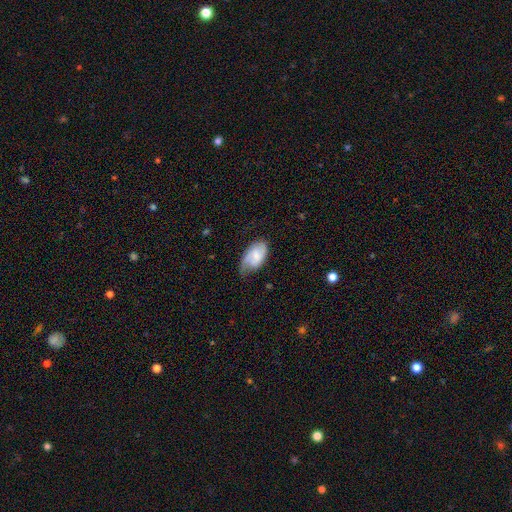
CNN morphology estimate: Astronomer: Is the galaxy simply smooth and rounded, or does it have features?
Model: smooth — 49% (runner-up: featured or disk, 44%).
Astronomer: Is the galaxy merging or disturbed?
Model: none — 45% (runner-up: minor disturbance, 39%).